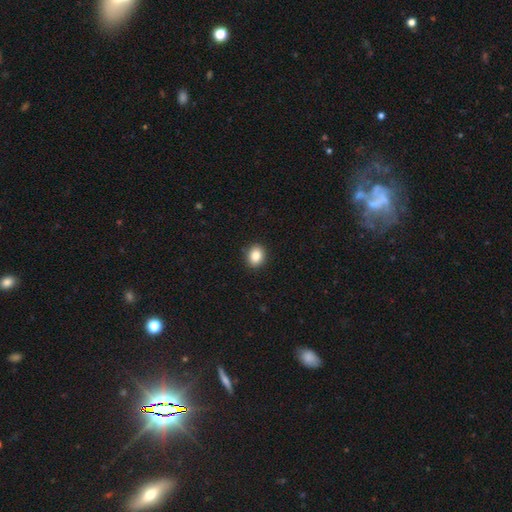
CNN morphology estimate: Smooth or featured? Predicted: smooth (p=0.86). How rounded? Predicted: round (p=0.61). Merging? Predicted: none (p=0.90).